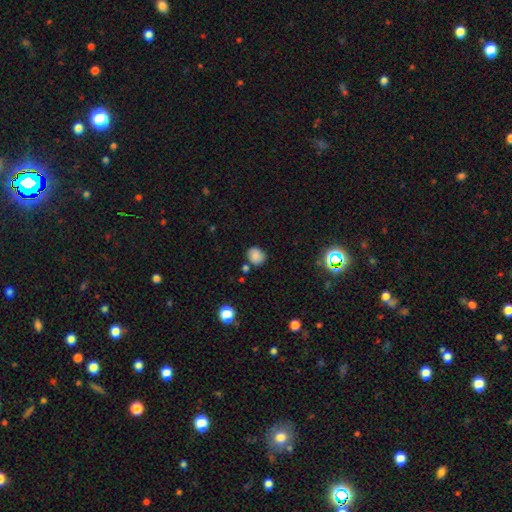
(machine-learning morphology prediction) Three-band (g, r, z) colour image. It shows a smooth galaxy with no disk features (82%) that is round (72%). Merging: none (74%).